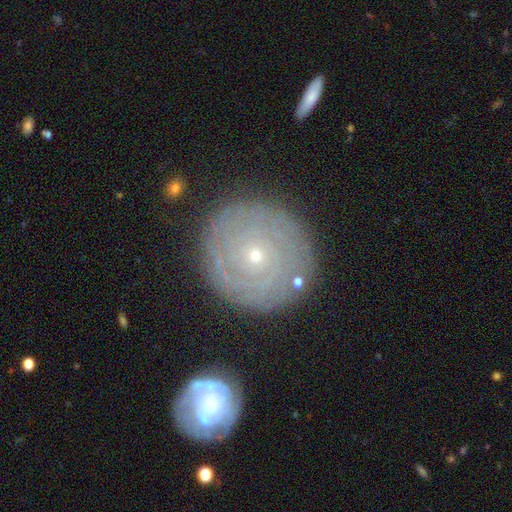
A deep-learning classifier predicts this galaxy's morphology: type=featured or disk (73%); edge-on=no (97%); bar=no (86%); spiral arms=yes (88%); winding=tight (87%); arm count=can't tell (43%); bulge=small (80%); merging=none (84%).